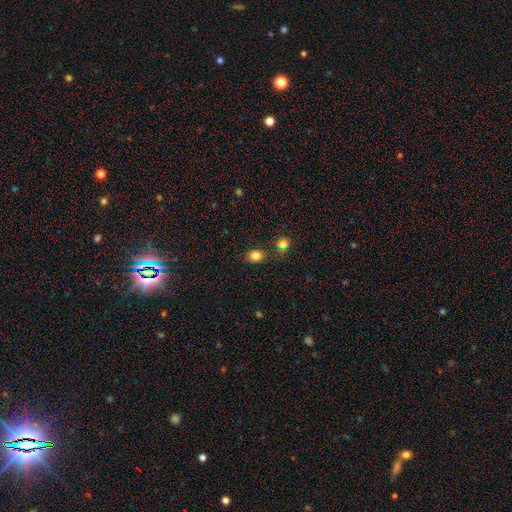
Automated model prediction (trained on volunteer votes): Smooth or featured? smooth (82%)
How rounded? in between (51%)
Merging? none (75%)